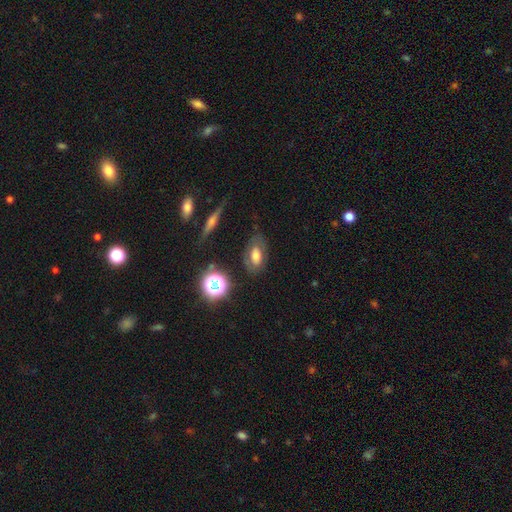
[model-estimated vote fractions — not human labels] A smooth galaxy with no disk features (58%) that is in between round and cigar-shaped (87%). Merging: none (71%).